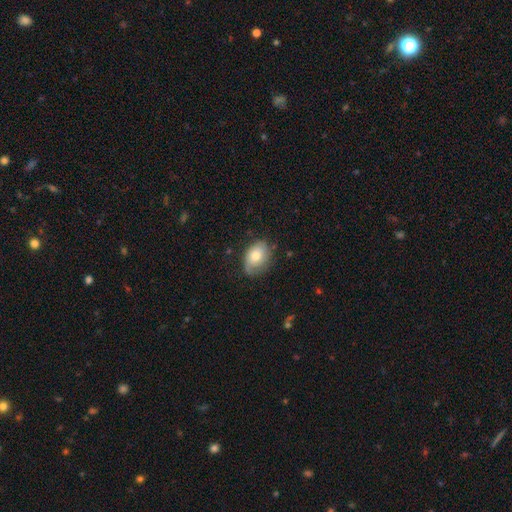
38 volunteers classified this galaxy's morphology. type=smooth (63%); roundness=in between (71%); merging=none (62%).